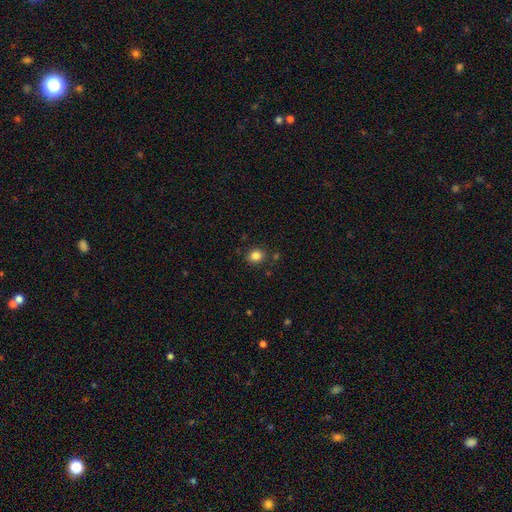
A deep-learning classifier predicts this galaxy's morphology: Overall: smooth (84%). How rounded: round (68%; in between 31%). Merging: none (86%).